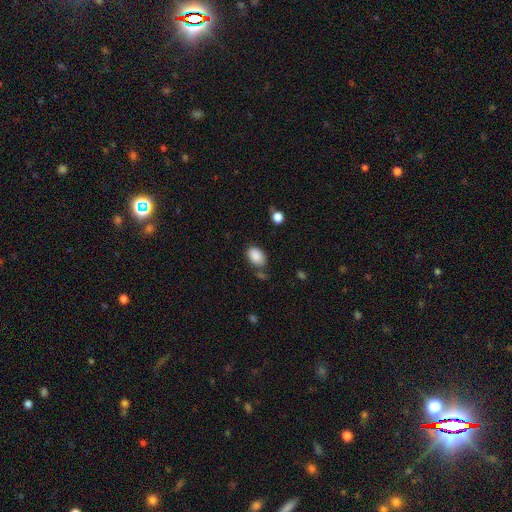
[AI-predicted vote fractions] A smooth galaxy with no disk features (89%) that is in between round and cigar-shaped (84%). Merging: none (70%).